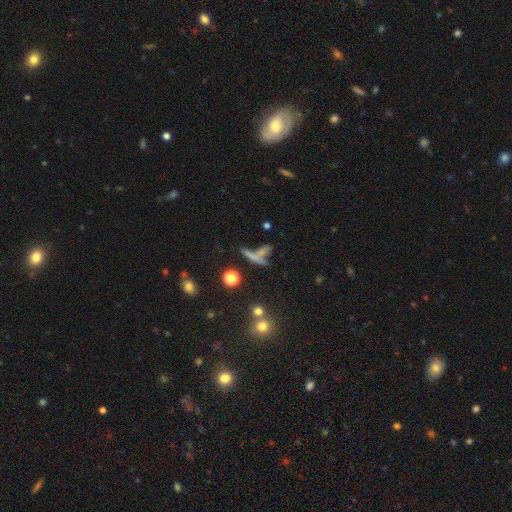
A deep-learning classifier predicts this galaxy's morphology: Smooth or featured? Predicted: smooth (p=0.53). How rounded? Predicted: cigar-shaped (p=0.67). Merging? Predicted: none (p=0.42).